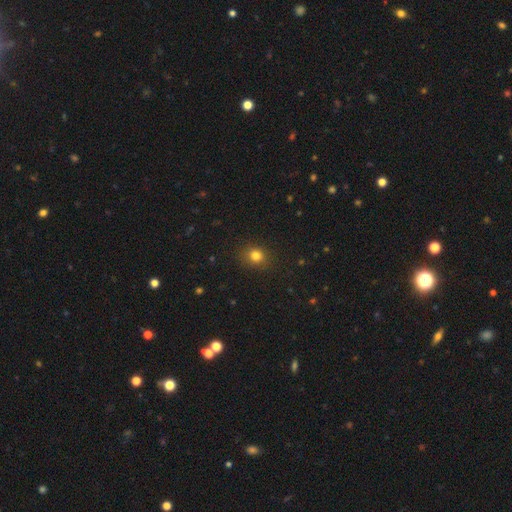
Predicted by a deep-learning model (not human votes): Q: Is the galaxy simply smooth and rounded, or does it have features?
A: smooth — 80%.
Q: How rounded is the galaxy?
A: round — 75%.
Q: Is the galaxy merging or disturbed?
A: none — 88%.